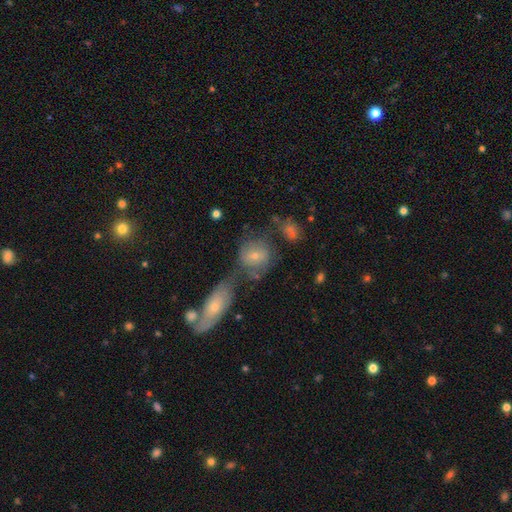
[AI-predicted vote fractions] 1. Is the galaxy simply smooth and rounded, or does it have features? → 57% smooth, 32% featured or disk, 12% star or artifact.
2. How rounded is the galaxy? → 63% round, 34% in between, 3% cigar-shaped.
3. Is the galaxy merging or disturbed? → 44% none, 34% merger, 15% minor disturbance, 8% major disturbance.